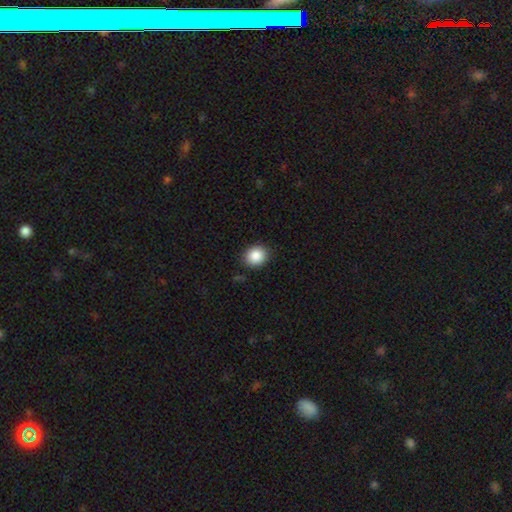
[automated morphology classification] Smooth or featured: smooth — 87% (star or artifact — 9%)
How rounded: round — 68% (in between — 31%)
Merging: none — 88% (minor disturbance — 9%)